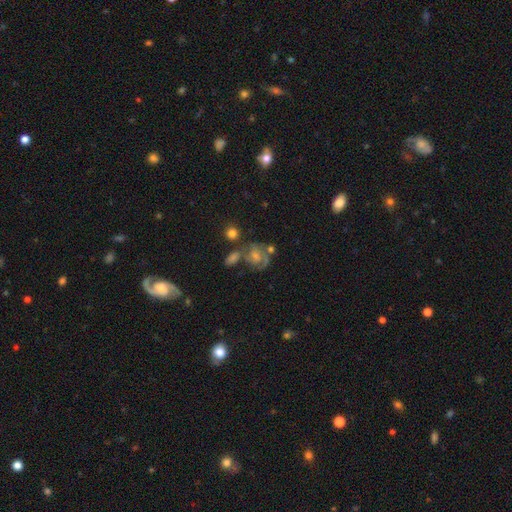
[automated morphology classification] Smooth or featured: featured or disk — 56% (smooth — 24%)
Edge-on disk: no — 96% (yes — 4%)
Bar: no — 63% (weak — 30%)
Spiral arms: yes — 75% (no — 25%)
Bulge size: moderate — 42% (small — 37%)
Merging: none — 52% (minor disturbance — 18%)